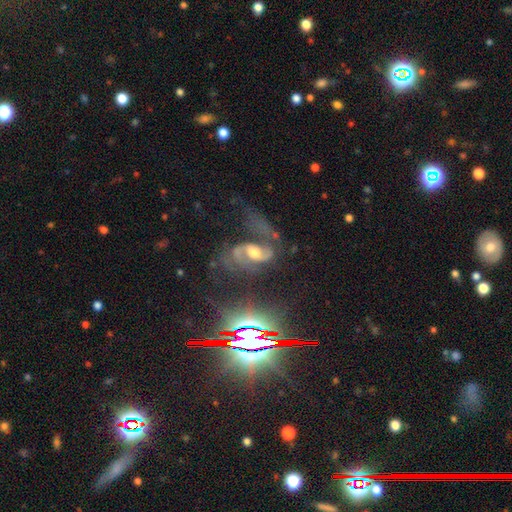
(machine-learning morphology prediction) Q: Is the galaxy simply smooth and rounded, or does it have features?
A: featured or disk — 68%.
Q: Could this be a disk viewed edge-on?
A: no — 94%.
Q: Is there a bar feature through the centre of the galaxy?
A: weak — 39%.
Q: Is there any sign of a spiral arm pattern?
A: yes — 83%.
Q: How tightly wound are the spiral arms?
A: medium — 42%.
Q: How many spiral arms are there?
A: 2 — 72%.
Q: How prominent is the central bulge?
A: moderate — 62%.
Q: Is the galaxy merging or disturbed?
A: major disturbance — 37%, tied with none.